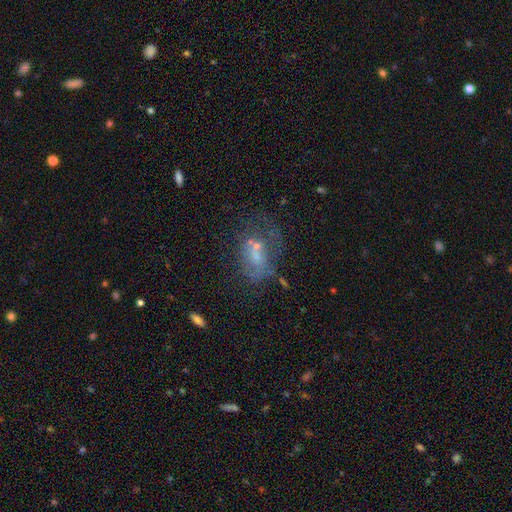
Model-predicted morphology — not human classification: Smooth or featured: featured or disk — 47% (smooth — 35%)
Merging: none — 30% (major disturbance — 27%)